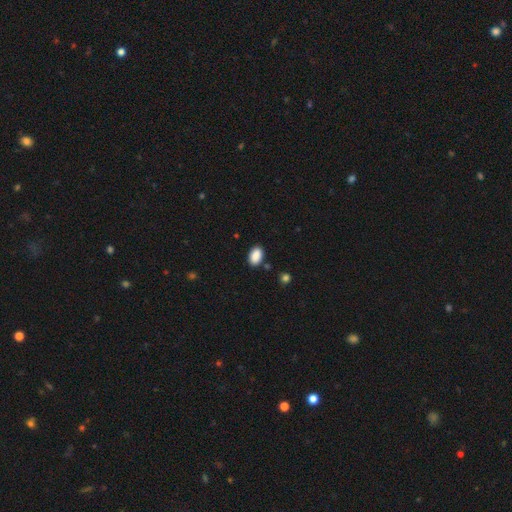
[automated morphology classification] This appears to be a smooth galaxy with no disk features (89%) that is in between round and cigar-shaped (90%). Merging: none (85%).